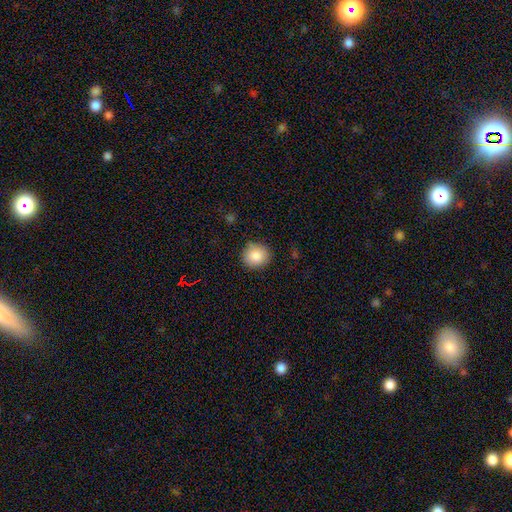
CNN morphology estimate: A smooth galaxy with no disk features (86%) that is round (91%).

Vote fractions:
- Smooth or featured? smooth: 86% / star or artifact: 8% / featured or disk: 5%
- How rounded? round: 91% / in between: 9% / cigar-shaped: 1%
- Merging? none: 87% / minor disturbance: 9% / major disturbance: 2% / merger: 1%